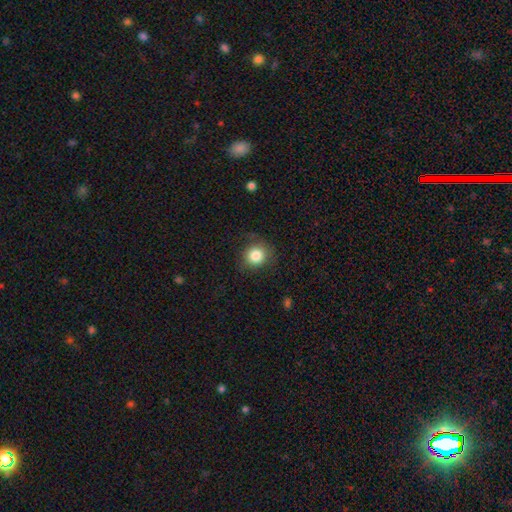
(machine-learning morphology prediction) A smooth galaxy with no disk features (83%) that is round (87%).

Vote fractions:
- Smooth or featured? smooth: 83% / star or artifact: 10% / featured or disk: 7%
- How rounded? round: 87% / in between: 12% / cigar-shaped: 1%
- Merging? none: 78% / minor disturbance: 15% / major disturbance: 5% / merger: 1%